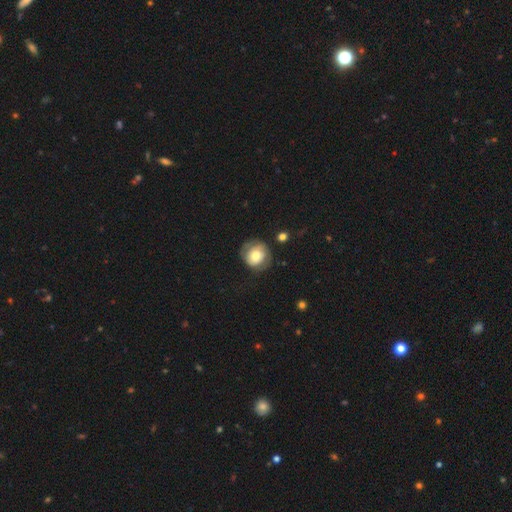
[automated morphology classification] smooth-or-featured: smooth: 57% | featured or disk: 35% | star or artifact: 7%
  how-rounded: round: 82% | in between: 17% | cigar-shaped: 1%
  merging: none: 63% | minor disturbance: 22% | major disturbance: 12% | merger: 2%